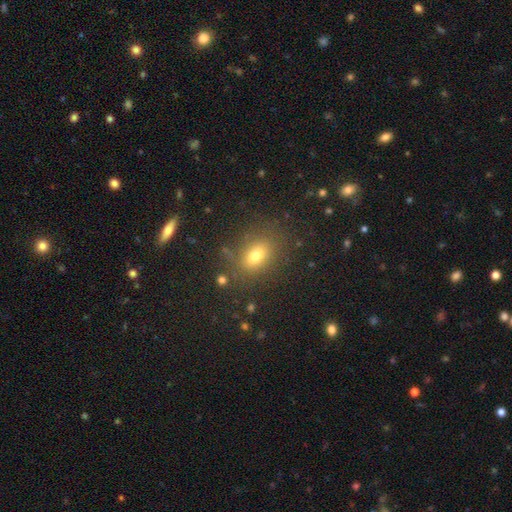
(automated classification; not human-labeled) Overall: smooth (73%). How rounded: in between (75%). Merging: none (81%).